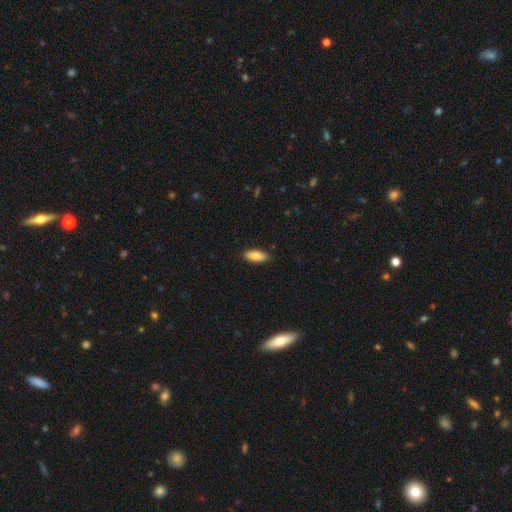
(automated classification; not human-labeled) Morphology: type=smooth (83%); roundness=in between (75%); merging=none (88%).